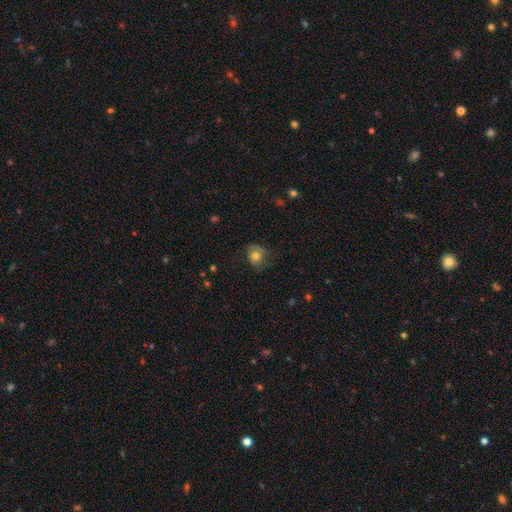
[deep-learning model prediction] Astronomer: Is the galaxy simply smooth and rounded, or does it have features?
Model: smooth — 70%.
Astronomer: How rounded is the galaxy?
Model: round — 65%.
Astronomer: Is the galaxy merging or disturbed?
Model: none — 59%.